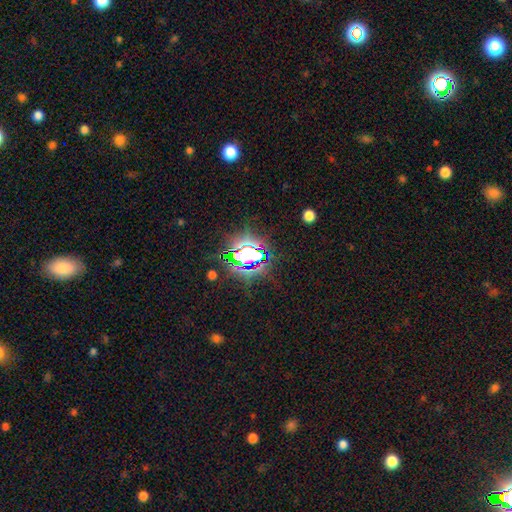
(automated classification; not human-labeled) Smooth or featured? star or artifact (74%)